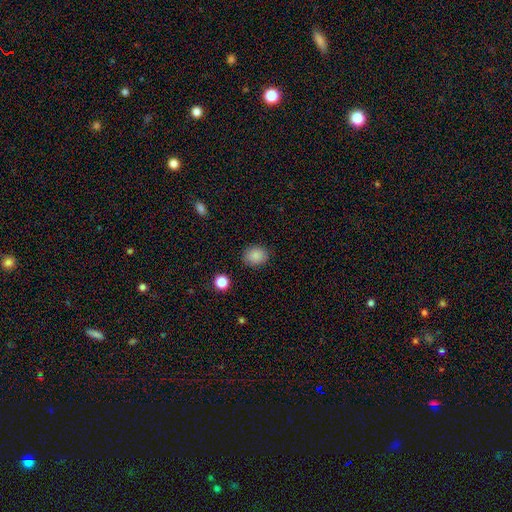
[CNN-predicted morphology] This is clearly a smooth galaxy (87%). How rounded: possibly round (56%). Merging: clearly none (86%).